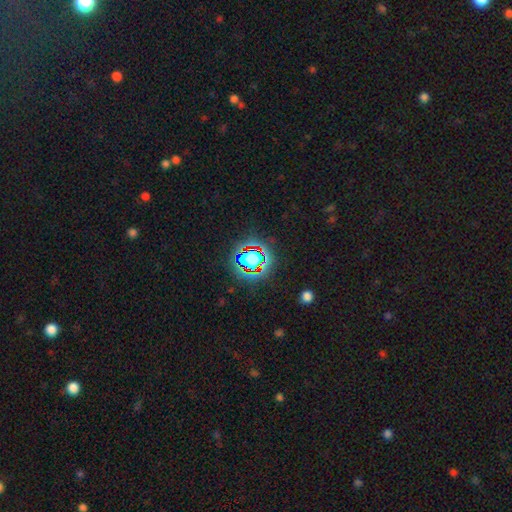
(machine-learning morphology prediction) star or artifact 80%, smooth 12%, featured or disk 8%.